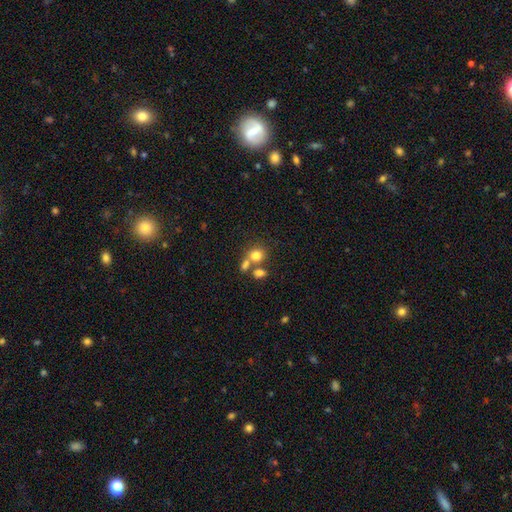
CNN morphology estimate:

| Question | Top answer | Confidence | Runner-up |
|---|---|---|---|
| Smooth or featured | smooth | 76% | star or artifact (12%) |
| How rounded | round | 71% | in between (28%) |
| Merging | none | 46% | merger (40%) |